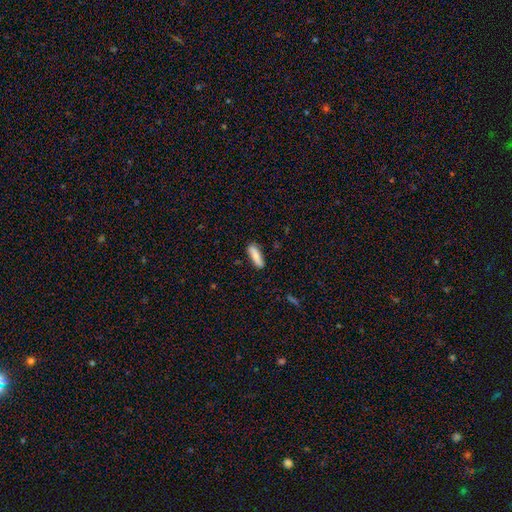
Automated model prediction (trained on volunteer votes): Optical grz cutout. It shows a smooth galaxy with no disk features (83%) that is cigar-shaped (58%). Merging: none (84%).